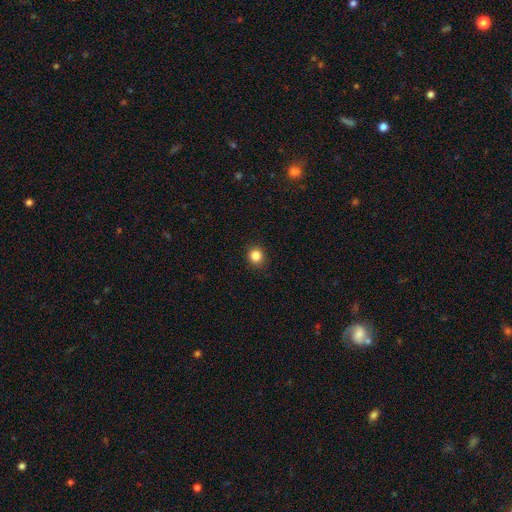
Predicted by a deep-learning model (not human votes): Smooth or featured: smooth — 84% (star or artifact — 11%)
How rounded: round — 89% (in between — 10%)
Merging: none — 91% (minor disturbance — 6%)